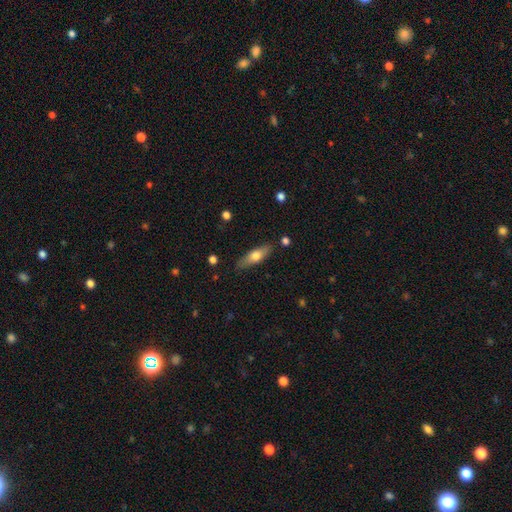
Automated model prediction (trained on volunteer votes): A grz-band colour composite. It shows a smooth galaxy with no disk features (61%) that is cigar-shaped (51%). Merging: none (84%).